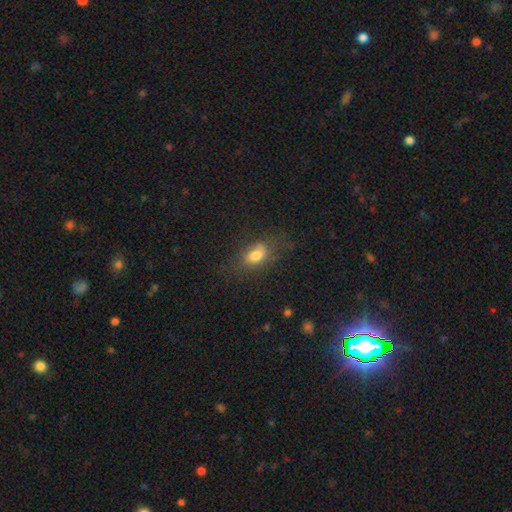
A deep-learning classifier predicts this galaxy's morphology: Smooth or featured? Predicted: smooth (p=0.74). How rounded? Predicted: in between (p=0.81). Merging? Predicted: none (p=0.61).